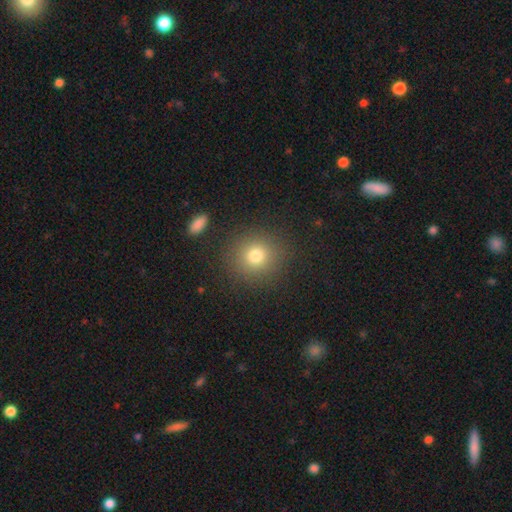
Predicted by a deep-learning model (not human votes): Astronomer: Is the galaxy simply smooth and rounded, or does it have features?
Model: smooth — 77%.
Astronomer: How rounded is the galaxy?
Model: round — 89%.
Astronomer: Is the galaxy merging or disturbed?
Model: none — 88%.